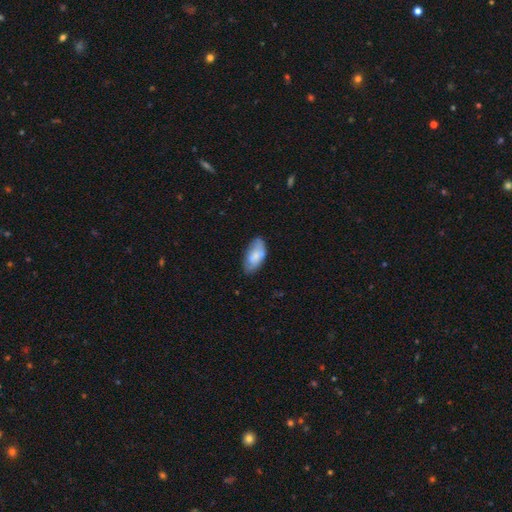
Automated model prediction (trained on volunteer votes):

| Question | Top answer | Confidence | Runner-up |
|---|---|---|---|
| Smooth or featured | smooth | 74% | featured or disk (20%) |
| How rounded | in between | 93% | cigar-shaped (5%) |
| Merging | none | 67% | minor disturbance (25%) |